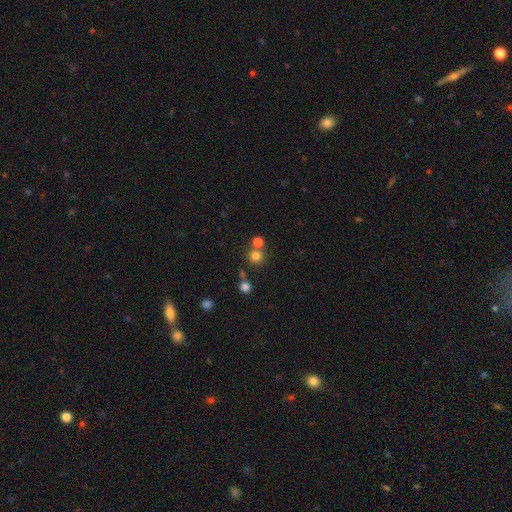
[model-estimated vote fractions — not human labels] Smooth or featured? smooth (76%)
How rounded? round (91%)
Merging? none (67%)